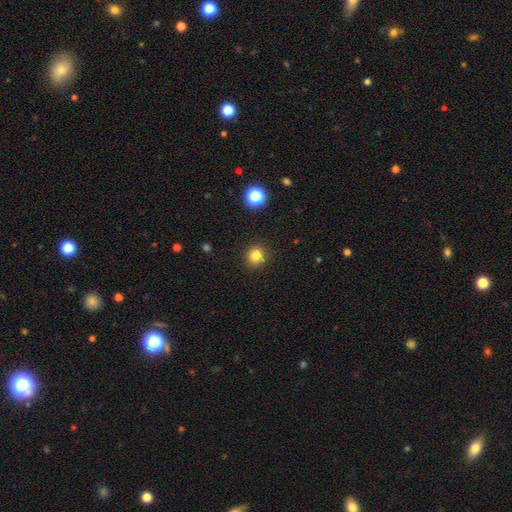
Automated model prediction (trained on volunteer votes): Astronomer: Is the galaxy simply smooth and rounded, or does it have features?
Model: smooth — 82%.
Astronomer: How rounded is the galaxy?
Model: round — 91%.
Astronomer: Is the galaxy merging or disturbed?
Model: none — 91%.